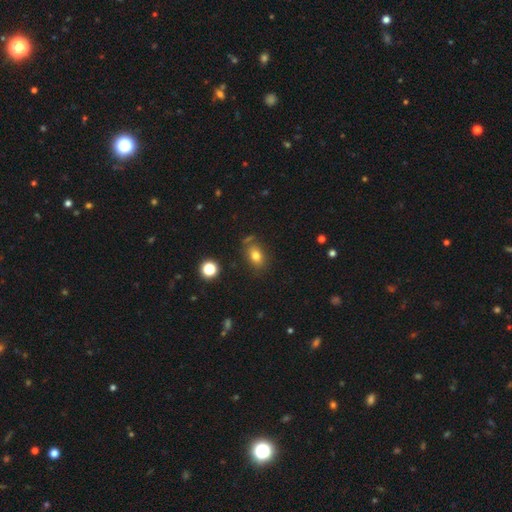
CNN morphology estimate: Smooth or featured? Predicted: smooth (p=0.78). How rounded? Predicted: in between (p=0.76). Merging? Predicted: none (p=0.74).